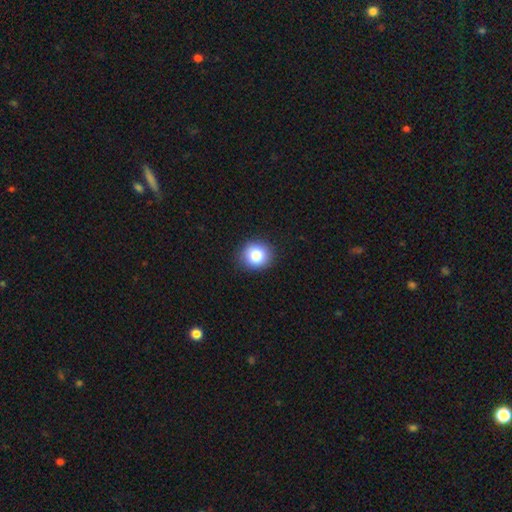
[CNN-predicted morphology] smooth_or_featured: smooth (p=0.83) [alt: star or artifact p=0.10]
how_rounded: round (p=0.85) [alt: in between p=0.14]
merging: none (p=0.90) [alt: minor disturbance p=0.07]